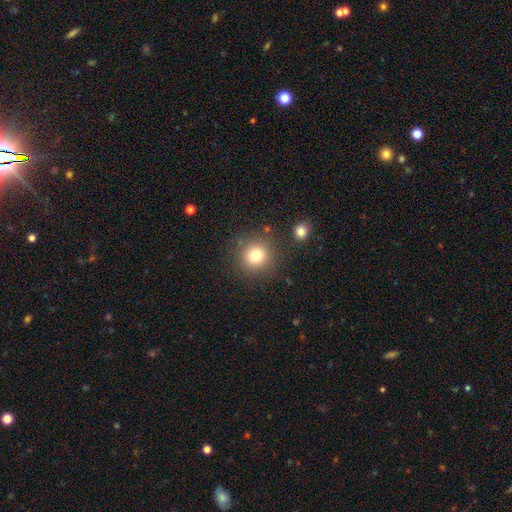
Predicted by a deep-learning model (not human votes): This is likely a smooth galaxy (79%). How rounded: clearly round (92%). Merging: clearly none (85%).